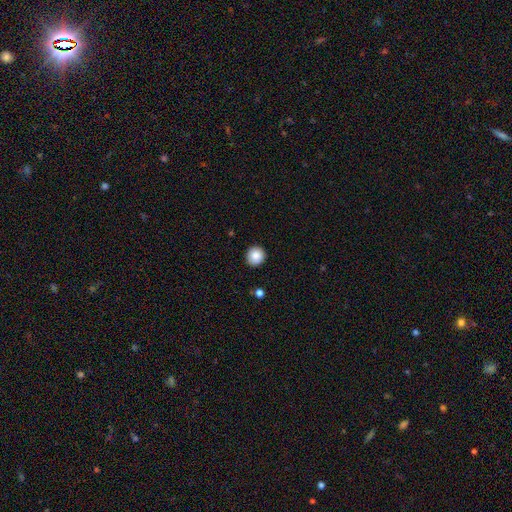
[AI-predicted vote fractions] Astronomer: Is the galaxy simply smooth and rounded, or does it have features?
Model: smooth — 87%.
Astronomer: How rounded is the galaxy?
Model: round — 93%.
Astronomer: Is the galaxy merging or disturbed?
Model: none — 91%.